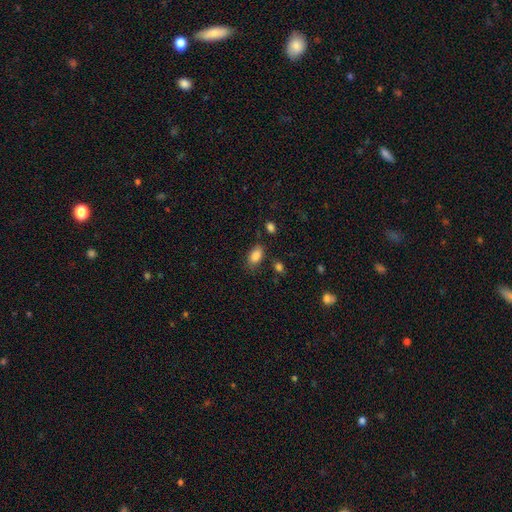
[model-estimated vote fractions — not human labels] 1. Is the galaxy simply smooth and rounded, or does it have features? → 87% smooth, 9% star or artifact, 4% featured or disk.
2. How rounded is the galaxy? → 91% in between, 7% round, 2% cigar-shaped.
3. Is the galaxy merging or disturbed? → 74% none, 17% minor disturbance, 5% major disturbance, 3% merger.